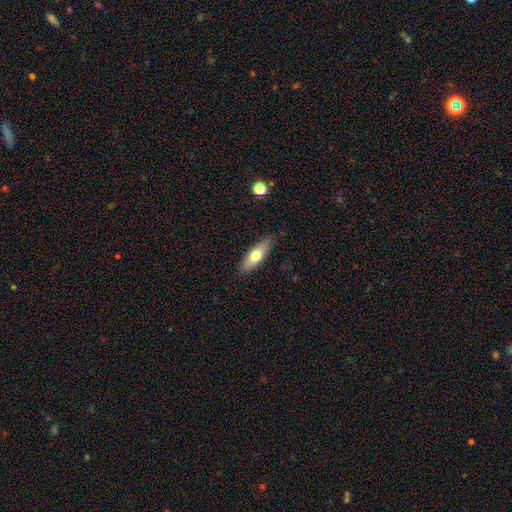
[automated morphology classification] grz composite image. It shows a smooth galaxy with no disk features (64%) that is in between round and cigar-shaped (58%). Merging: none (87%).